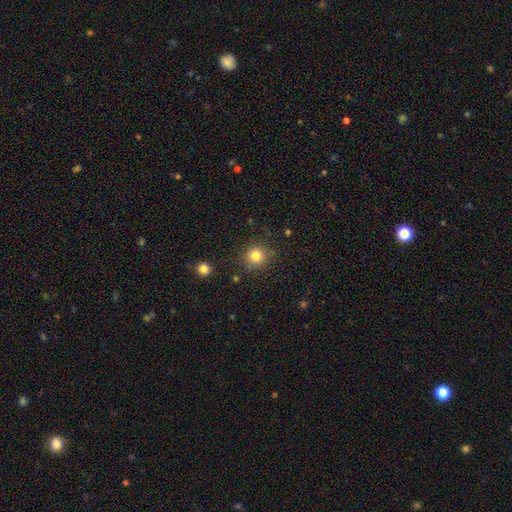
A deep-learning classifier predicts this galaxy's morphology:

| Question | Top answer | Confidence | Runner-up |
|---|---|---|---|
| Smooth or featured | smooth | 83% | star or artifact (12%) |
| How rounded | round | 91% | in between (8%) |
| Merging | none | 86% | minor disturbance (9%) |